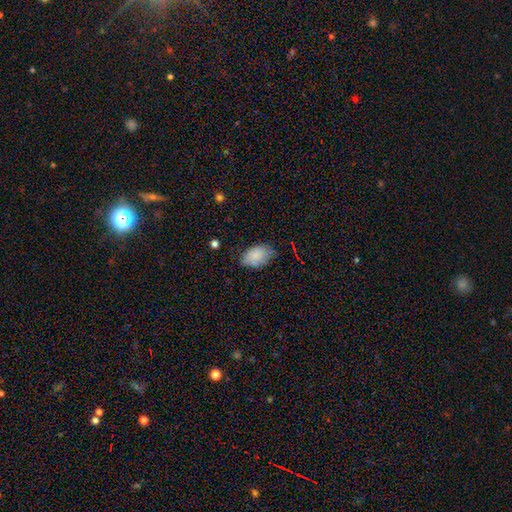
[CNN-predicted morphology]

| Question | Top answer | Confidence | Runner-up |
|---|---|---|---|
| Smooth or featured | smooth | 83% | star or artifact (8%) |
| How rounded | in between | 89% | round (10%) |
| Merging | none | 65% | minor disturbance (28%) |